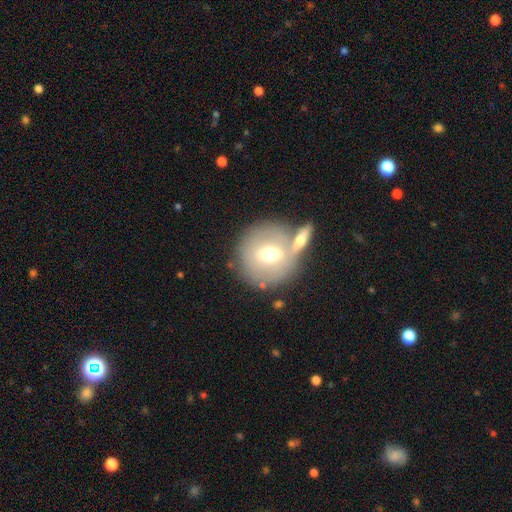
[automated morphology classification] smooth_or_featured: featured or disk (p=0.49) [alt: smooth p=0.34]
merging: none (p=0.65) [alt: merger p=0.18]